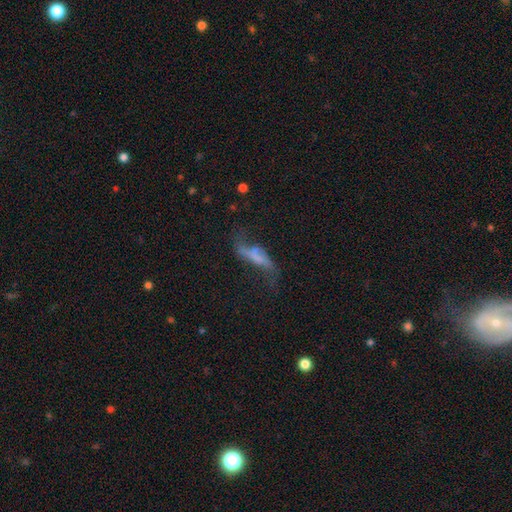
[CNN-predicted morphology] Smooth or featured? Predicted: featured or disk (p=0.51). Edge-on disk? Predicted: no (p=0.73). Merging? Predicted: major disturbance (p=0.36).